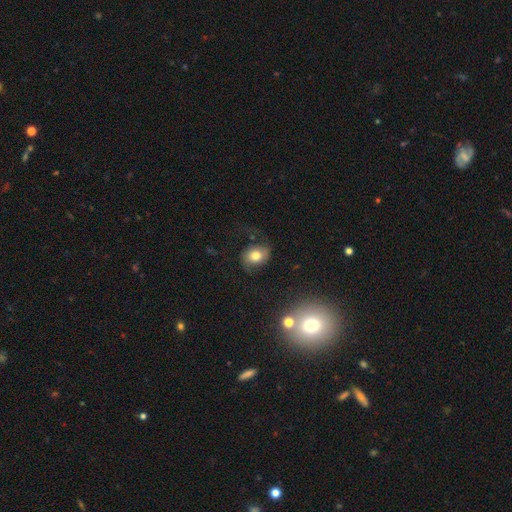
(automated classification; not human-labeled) This is likely a smooth galaxy (67%). How rounded: possibly in between (59%). Merging: likely none (64%).